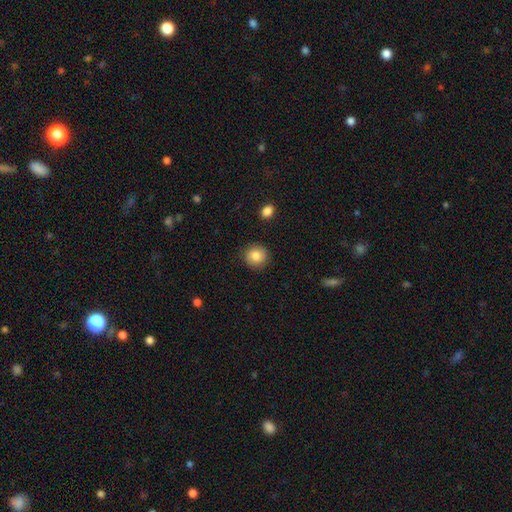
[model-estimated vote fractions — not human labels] Q: Smooth or featured?
A: smooth (81%); runner-up: featured or disk (10%)
Q: How rounded?
A: round (91%); runner-up: in between (8%)
Q: Merging?
A: none (88%); runner-up: minor disturbance (9%)